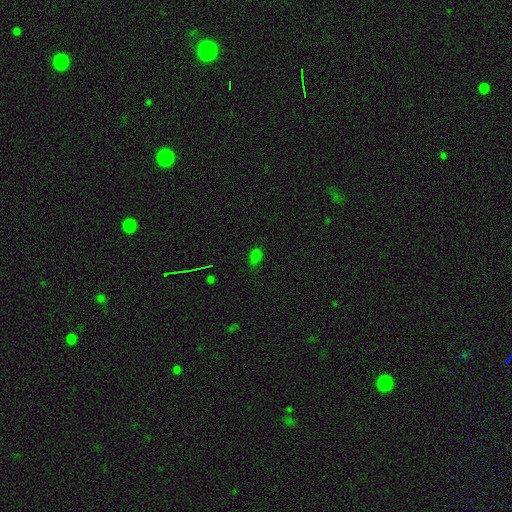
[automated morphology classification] This appears to be a smooth galaxy with no disk features (70%) that is in between round and cigar-shaped (85%). Merging: none (67%).